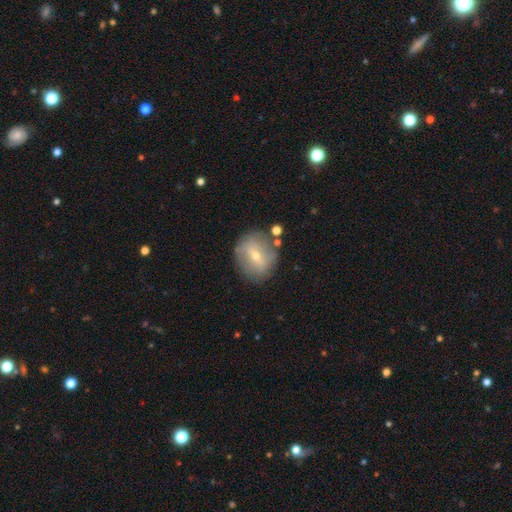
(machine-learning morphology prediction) featured or disk 48%, smooth 42%, star or artifact 10%. Down the decision tree: merging — none (77%).